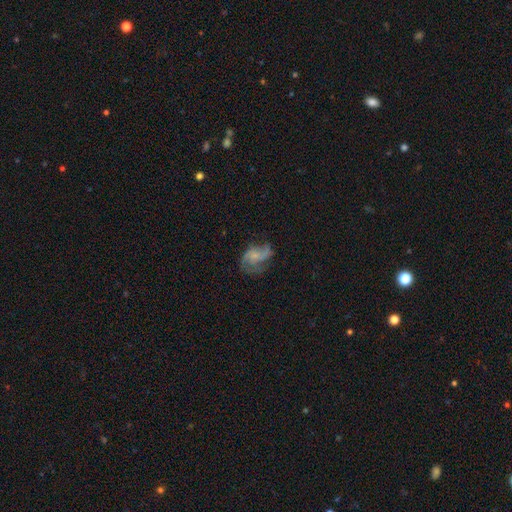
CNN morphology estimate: This appears to be a featured or disk galaxy (65%) with no bar (71%), 2 (46%) loose (51%) spiral arms (85%) and a small central bulge (50%). Merging: none (47%).